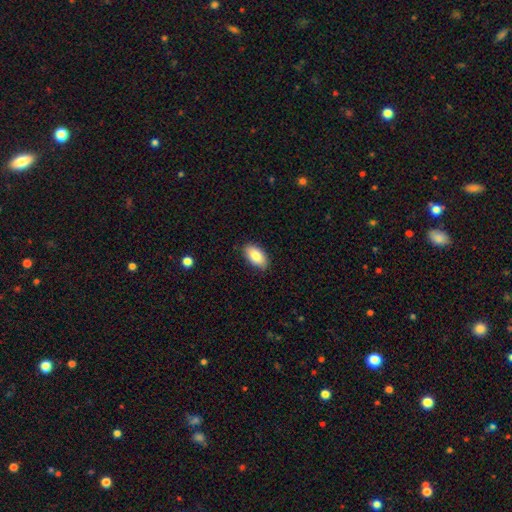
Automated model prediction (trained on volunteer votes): smooth 84%, featured or disk 10%, star or artifact 7%. Down the decision tree: how rounded — in between (93%); merging — none (86%).